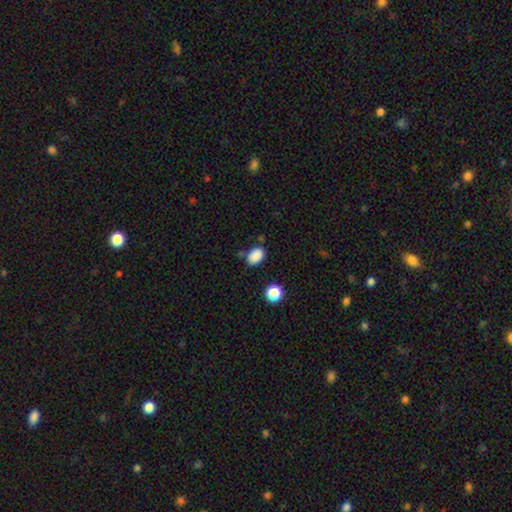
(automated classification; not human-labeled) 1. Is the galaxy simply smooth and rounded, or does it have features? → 87% smooth, 10% star or artifact, 4% featured or disk.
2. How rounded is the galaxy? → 80% in between, 19% round, 1% cigar-shaped.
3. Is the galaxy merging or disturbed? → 73% none, 17% minor disturbance, 6% merger, 4% major disturbance.